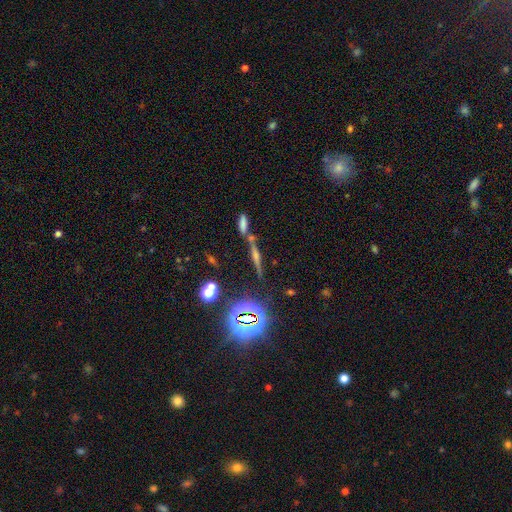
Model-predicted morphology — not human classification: Smooth or featured: featured or disk — 44% (star or artifact — 33%)
Merging: none — 64% (merger — 22%)